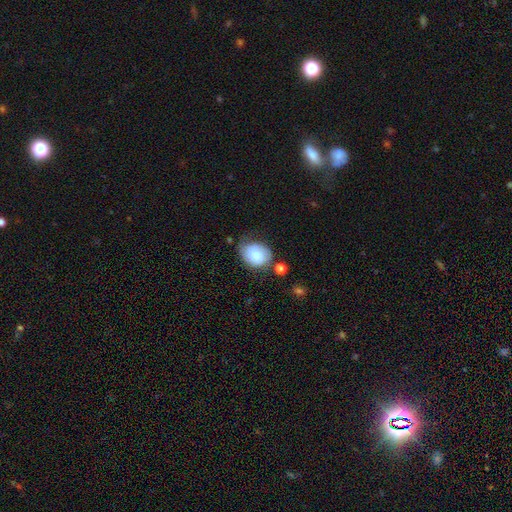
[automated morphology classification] This appears to be a featured or disk galaxy (47%). Merging: none (57%).